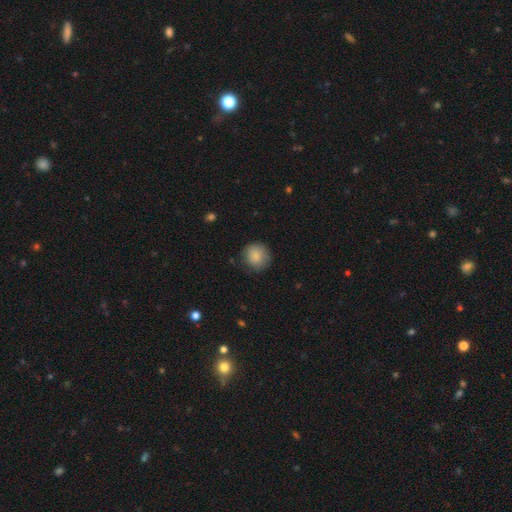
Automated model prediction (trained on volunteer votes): Smooth or featured? Predicted: smooth (p=0.86). How rounded? Predicted: round (p=0.90). Merging? Predicted: none (p=0.81).